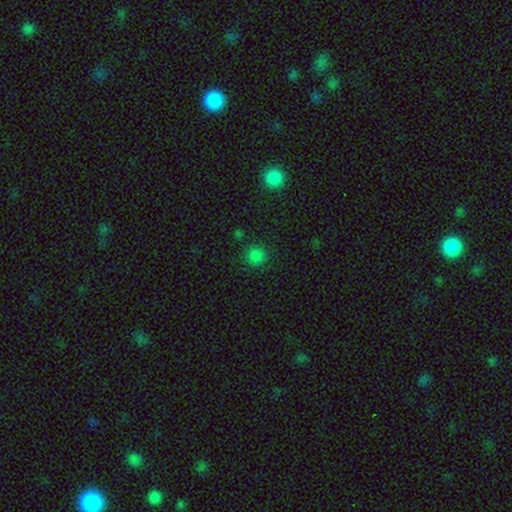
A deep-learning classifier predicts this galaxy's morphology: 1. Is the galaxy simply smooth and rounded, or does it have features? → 82% smooth, 15% star or artifact, 3% featured or disk.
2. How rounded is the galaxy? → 93% round, 6% in between, 1% cigar-shaped.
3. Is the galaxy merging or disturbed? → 88% none, 7% minor disturbance, 3% major disturbance, 2% merger.